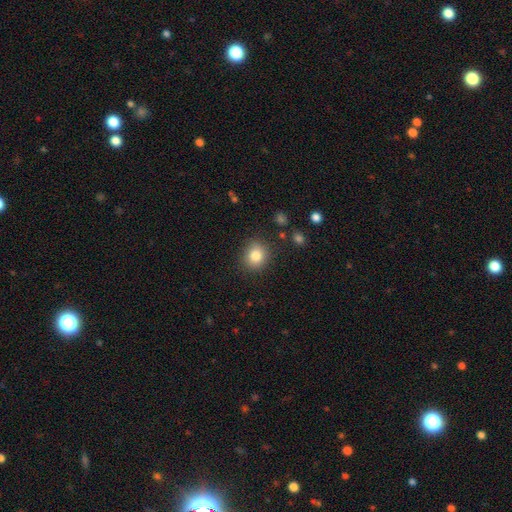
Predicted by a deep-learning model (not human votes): smooth-or-featured: smooth: 82% | star or artifact: 10% | featured or disk: 7%
  how-rounded: round: 79% | in between: 20% | cigar-shaped: 1%
  merging: none: 86% | minor disturbance: 10% | major disturbance: 3% | merger: 2%